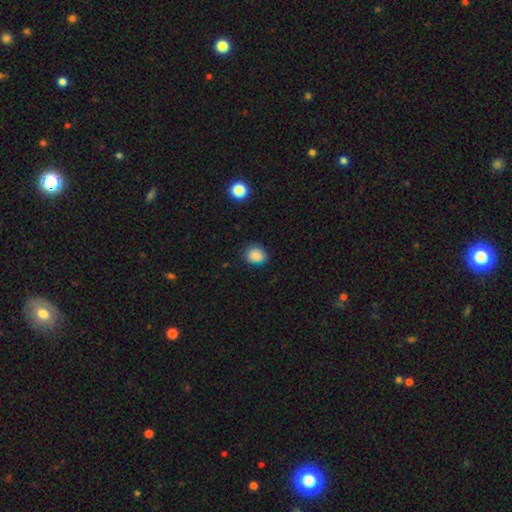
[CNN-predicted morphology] smooth-or-featured: smooth: 86% | star or artifact: 10% | featured or disk: 5%
  how-rounded: round: 72% | in between: 27% | cigar-shaped: 1%
  merging: none: 79% | minor disturbance: 16% | major disturbance: 3% | merger: 2%